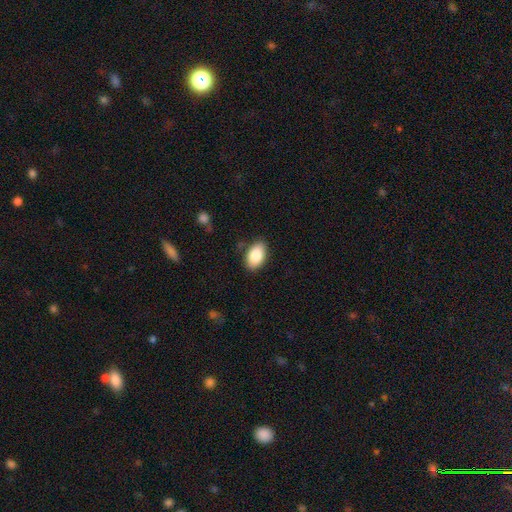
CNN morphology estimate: Smooth or featured? Predicted: smooth (p=0.86). How rounded? Predicted: in between (p=0.92). Merging? Predicted: none (p=0.84).